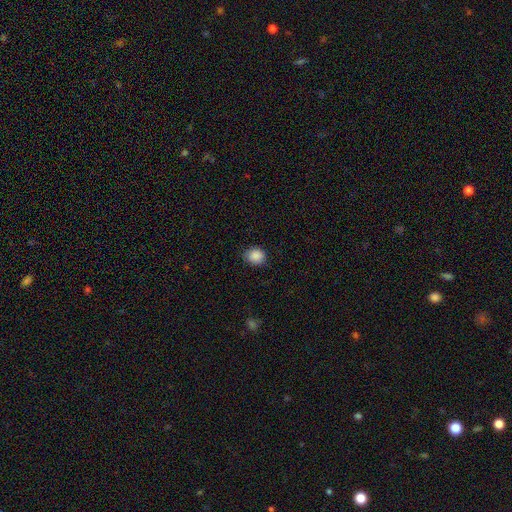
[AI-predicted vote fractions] This is clearly a smooth galaxy (88%). How rounded: likely round (68%). Merging: clearly none (82%).